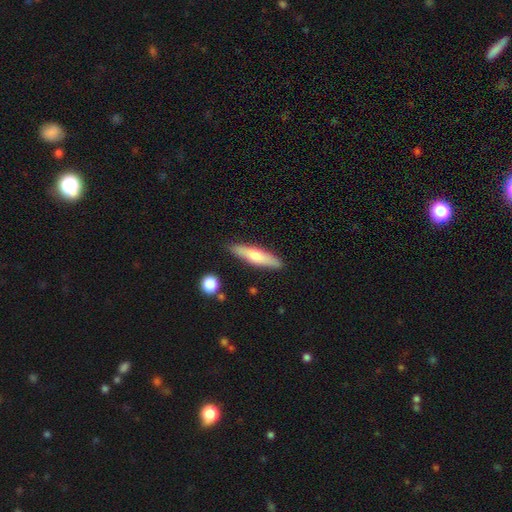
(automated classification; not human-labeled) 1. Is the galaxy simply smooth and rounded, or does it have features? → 60% smooth, 34% featured or disk, 6% star or artifact.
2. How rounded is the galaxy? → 79% cigar-shaped, 19% in between, 2% round.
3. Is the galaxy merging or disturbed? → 87% none, 9% minor disturbance, 2% merger, 2% major disturbance.